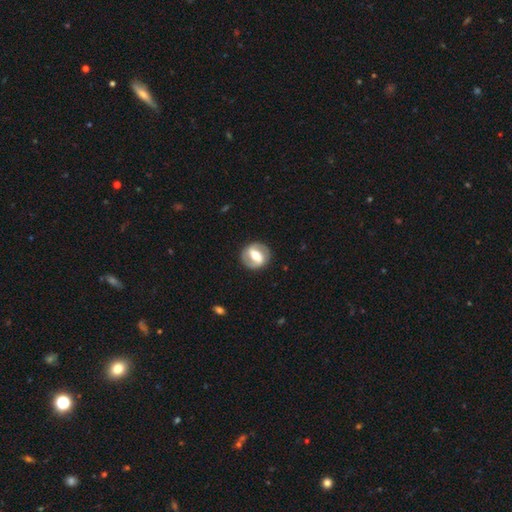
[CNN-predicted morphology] Smooth or featured: featured or disk — 69% (smooth — 26%)
Edge-on disk: no — 95% (yes — 5%)
Bar: strong — 59% (weak — 29%)
Spiral arms: yes — 64% (no — 36%)
Bulge size: moderate — 60% (large — 25%)
Merging: none — 85% (minor disturbance — 10%)